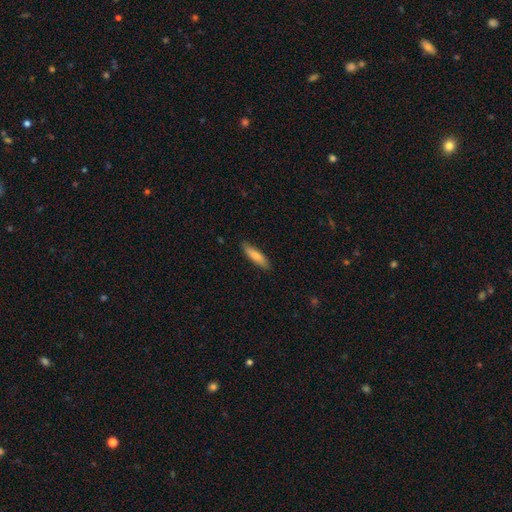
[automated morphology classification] Smooth or featured? smooth (80%)
How rounded? cigar-shaped (69%)
Merging? none (86%)